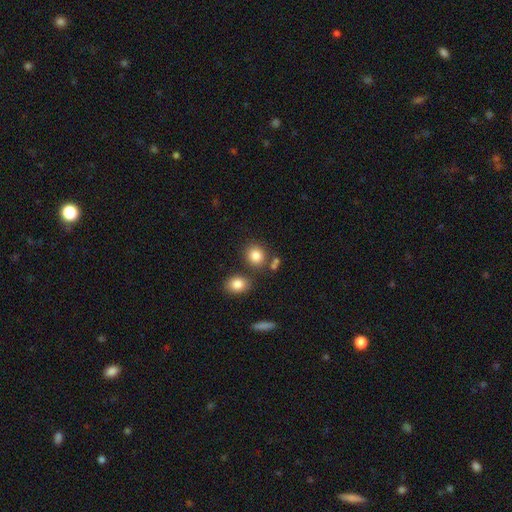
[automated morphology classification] Overall: smooth (84%). How rounded: round (74%). Merging: none (74%).